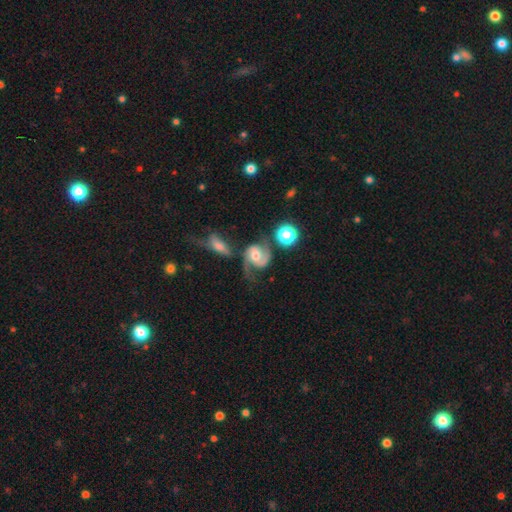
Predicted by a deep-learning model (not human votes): This appears to be a featured or disk galaxy (83%) with no bar (55%), 2 (86%) medium (48%) spiral arms (96%) and a moderate central bulge (69%). Merging: none (46%).